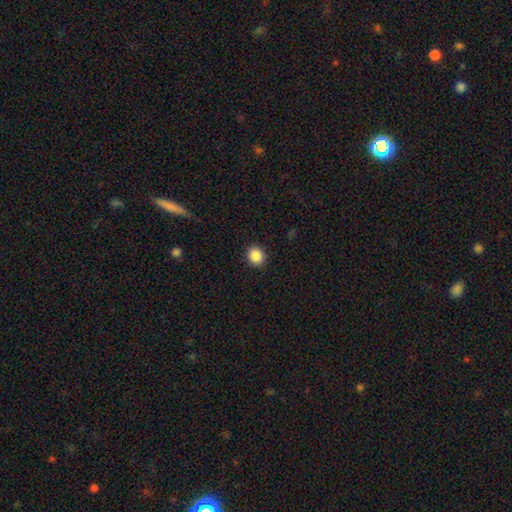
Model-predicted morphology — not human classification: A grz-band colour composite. It shows a smooth galaxy with no disk features (88%) that is round (72%). Merging: none (90%).